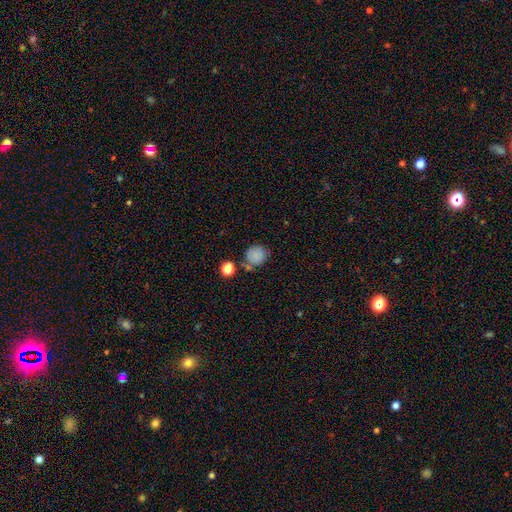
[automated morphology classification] type=smooth (83%); roundness=round (81%); merging=none (64%).